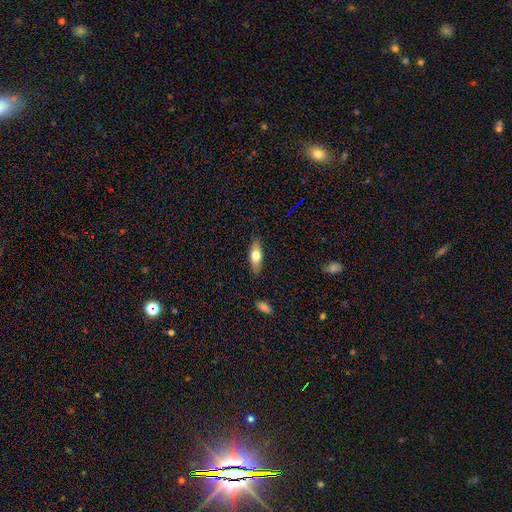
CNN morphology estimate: Smooth or featured? smooth (62%)
How rounded? in between (64%)
Merging? none (85%)